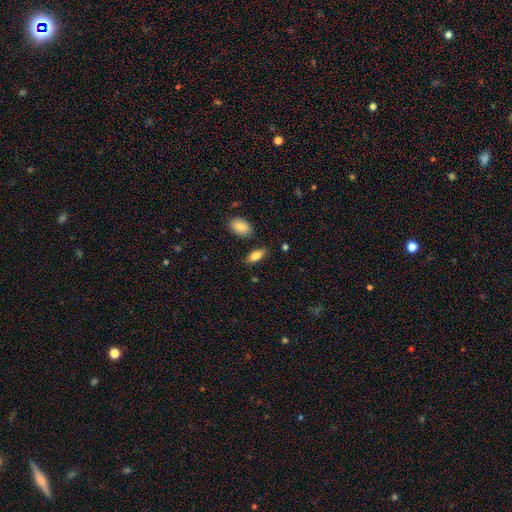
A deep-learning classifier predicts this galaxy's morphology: Q: Smooth or featured?
A: smooth (81%); runner-up: featured or disk (12%)
Q: How rounded?
A: in between (85%); runner-up: cigar-shaped (12%)
Q: Merging?
A: none (81%); runner-up: minor disturbance (12%)